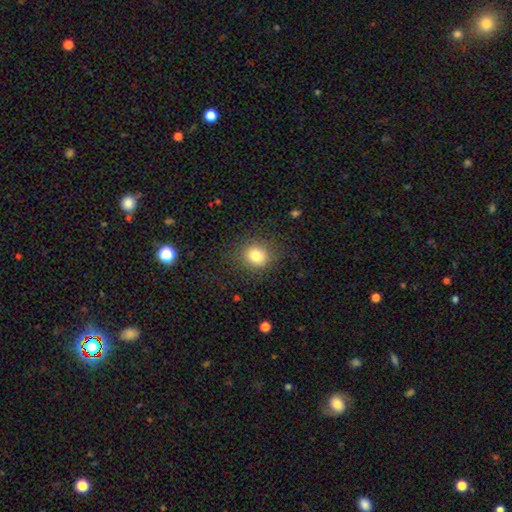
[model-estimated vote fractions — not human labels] Smooth or featured? Predicted: smooth (p=0.81). How rounded? Predicted: round (p=0.78). Merging? Predicted: none (p=0.83).